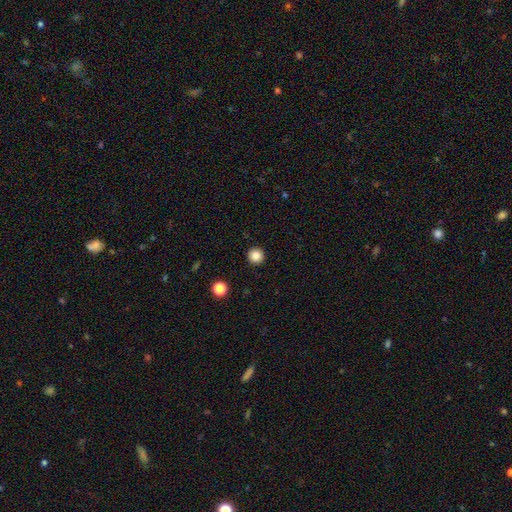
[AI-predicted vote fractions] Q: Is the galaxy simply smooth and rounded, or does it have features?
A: smooth — 85%.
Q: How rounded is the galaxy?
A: round — 96%.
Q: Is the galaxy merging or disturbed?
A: none — 93%.